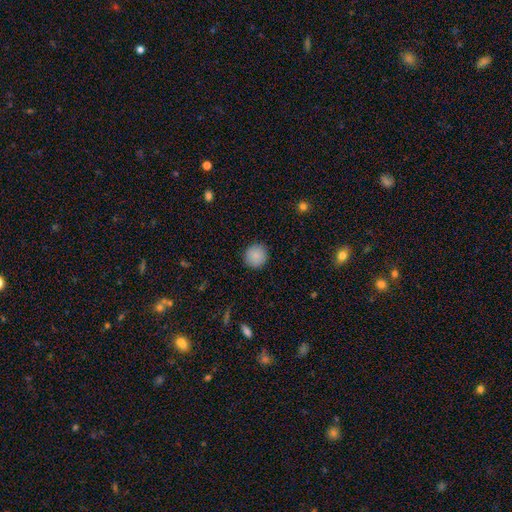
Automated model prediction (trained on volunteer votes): The model was most divided on "smooth or featured": smooth: 88%, star or artifact: 8%, featured or disk: 4%. More confident: how rounded — round (93%); merging — none (91%).